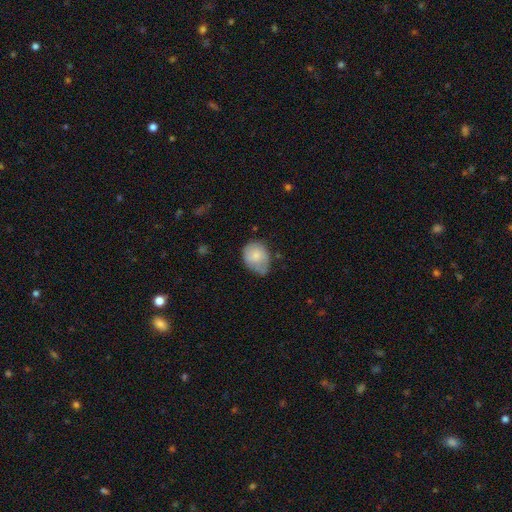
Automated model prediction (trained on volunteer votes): Q: Smooth or featured?
A: smooth (70%); runner-up: featured or disk (23%)
Q: How rounded?
A: in between (57%); runner-up: round (42%)
Q: Merging?
A: minor disturbance (44%); runner-up: none (40%)